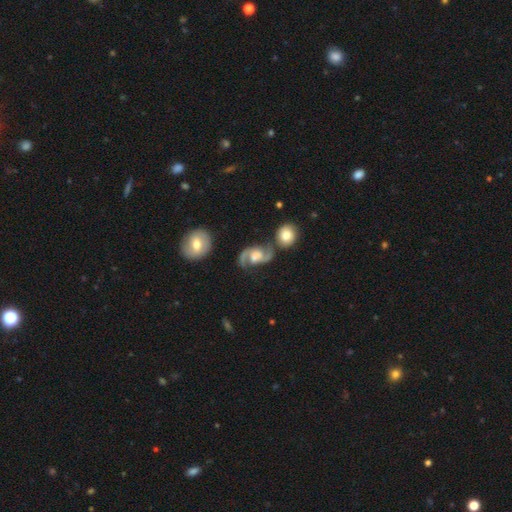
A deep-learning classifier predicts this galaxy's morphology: Smooth or featured: featured or disk — 85% (smooth — 9%)
Edge-on disk: no — 97% (yes — 3%)
Bar: no — 46% (weak — 43%)
Spiral arms: yes — 96% (no — 4%)
Spiral winding: medium — 46% (loose — 43%)
Spiral arm count: 2 — 93% (can't tell — 2%)
Bulge size: moderate — 41% (large — 32%)
Merging: none — 60% (minor disturbance — 17%)